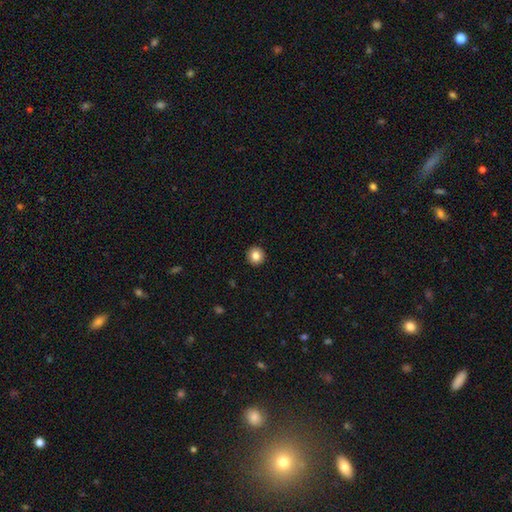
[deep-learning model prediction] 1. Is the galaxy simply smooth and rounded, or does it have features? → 84% smooth, 10% star or artifact, 6% featured or disk.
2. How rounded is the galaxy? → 95% round, 4% in between, 1% cigar-shaped.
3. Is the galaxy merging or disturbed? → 94% none, 4% minor disturbance, 1% major disturbance, 1% merger.